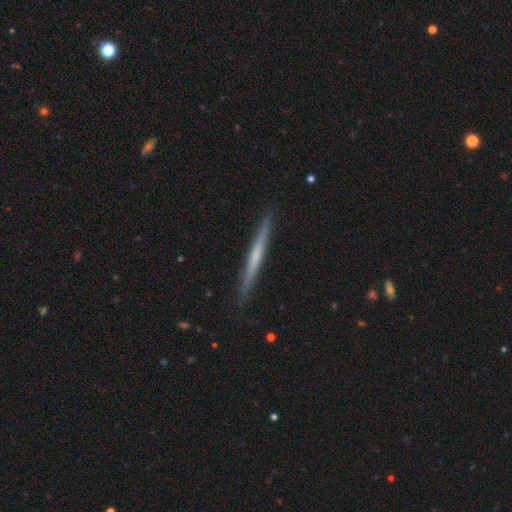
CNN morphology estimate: featured or disk 53%, smooth 42%, star or artifact 5%. Down the decision tree: edge-on disk — yes (98%); edge-on bulge — none (75%); merging — none (91%).